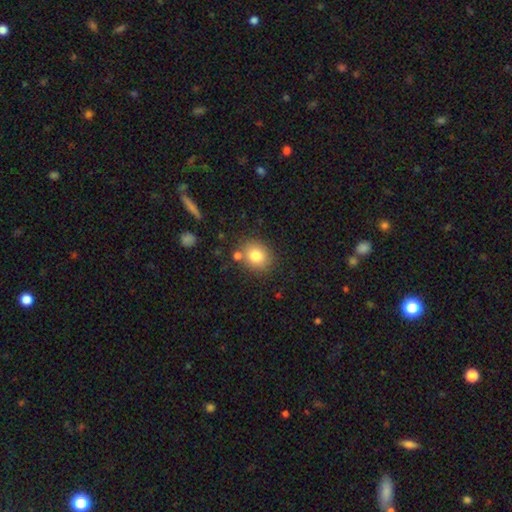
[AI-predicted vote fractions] The model was most divided on "how rounded": round: 64%, in between: 35%, cigar-shaped: 1%. More confident: smooth or featured — smooth (81%); merging — none (76%).